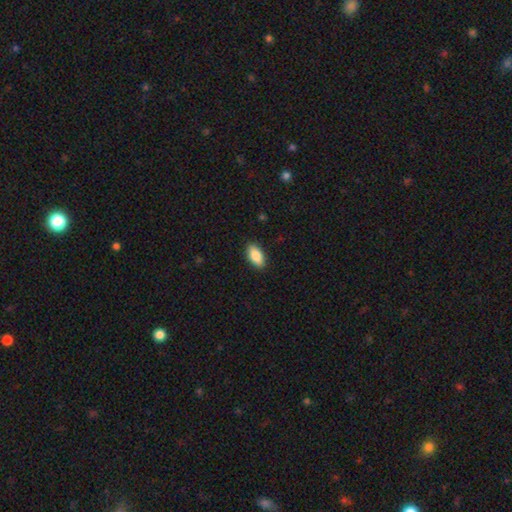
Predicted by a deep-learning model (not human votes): Overall: smooth (83%). How rounded: in between (88%). Merging: none (89%).